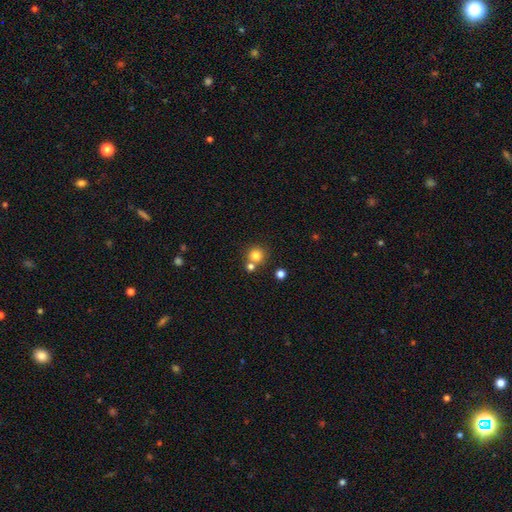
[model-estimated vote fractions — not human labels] Smooth or featured? Predicted: smooth (p=0.80). How rounded? Predicted: round (p=0.92). Merging? Predicted: none (p=0.65).